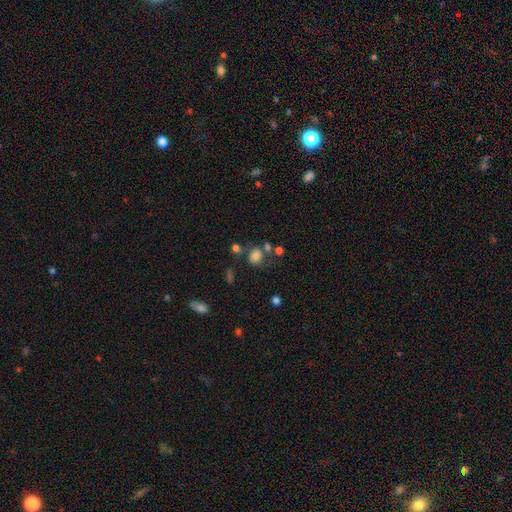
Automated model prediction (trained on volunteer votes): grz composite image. It shows a smooth galaxy with no disk features (75%) that is round (64%). Merging: none (50%).